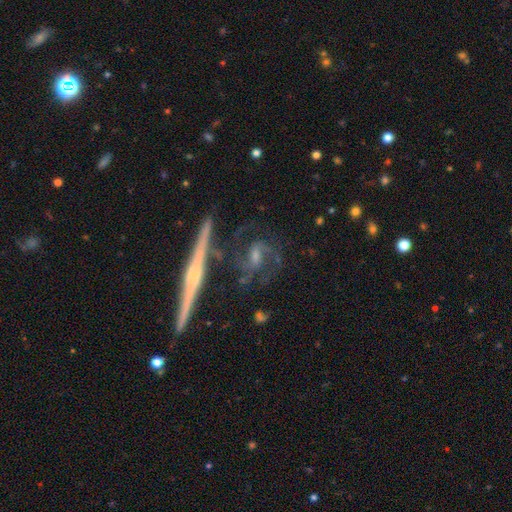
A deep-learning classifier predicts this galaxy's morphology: Overall: featured or disk (84%). Edge-on disk: no (85%). Bar: weak (44%; no 37%). Spiral arms: yes (95%). Spiral arm count: 2 (77%). Spiral winding: medium (54%; tight 28%). Bulge size: moderate (45%; small 37%). Merging: none (69%).